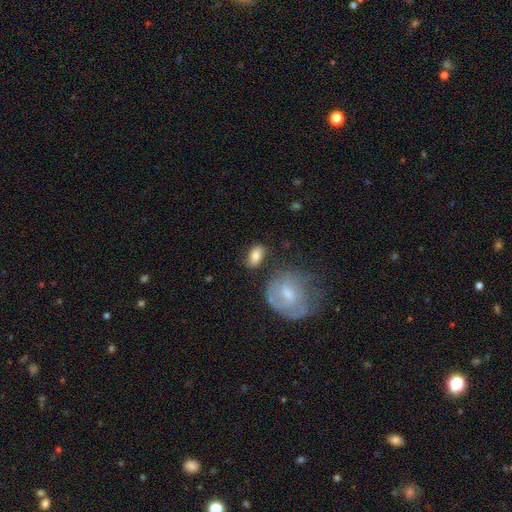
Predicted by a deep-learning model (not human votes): This is likely a smooth galaxy (76%). How rounded: clearly in between (86%). Merging: likely none (73%).